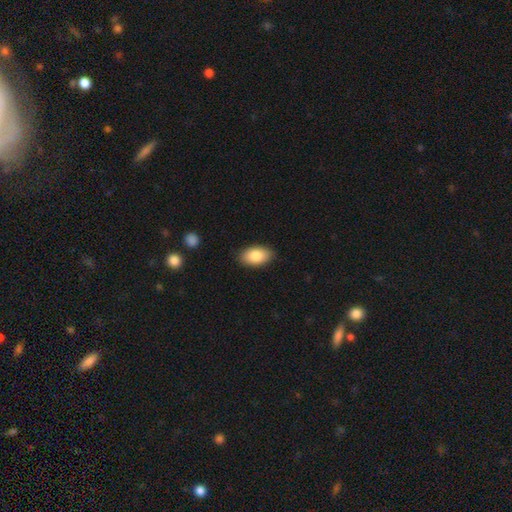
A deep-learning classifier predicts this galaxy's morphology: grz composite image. It shows a smooth galaxy with no disk features (86%) that is in between round and cigar-shaped (94%). Merging: none (88%).